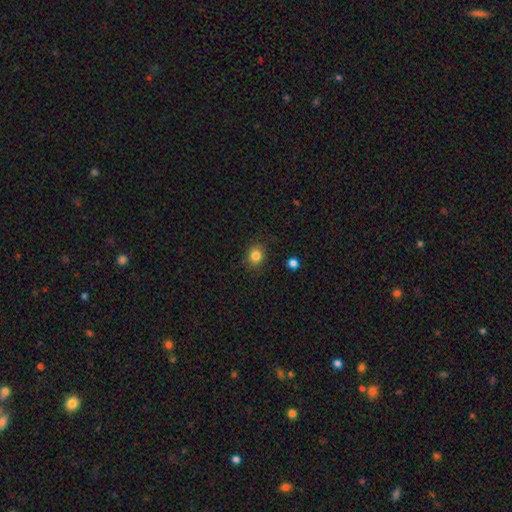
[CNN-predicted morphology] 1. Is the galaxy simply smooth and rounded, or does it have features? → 84% smooth, 11% star or artifact, 5% featured or disk.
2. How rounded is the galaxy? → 72% round, 27% in between, 1% cigar-shaped.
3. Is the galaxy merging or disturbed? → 85% none, 11% minor disturbance, 3% major disturbance, 2% merger.